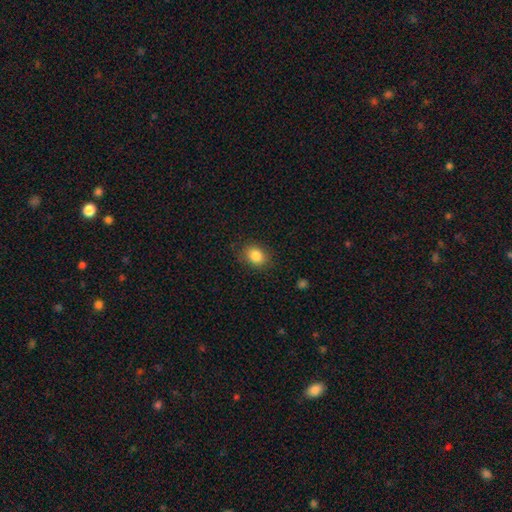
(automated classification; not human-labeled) The model was most divided on "how rounded": in between: 54%, round: 45%, cigar-shaped: 1%. More confident: smooth or featured — smooth (85%); merging — none (83%).